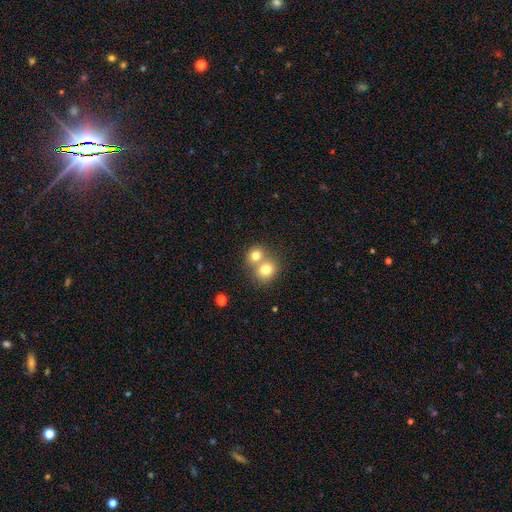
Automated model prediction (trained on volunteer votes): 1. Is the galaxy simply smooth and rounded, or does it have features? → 77% smooth, 12% featured or disk, 11% star or artifact.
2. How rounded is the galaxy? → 73% round, 26% in between, 1% cigar-shaped.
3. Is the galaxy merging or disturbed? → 59% merger, 33% none, 5% minor disturbance, 2% major disturbance.